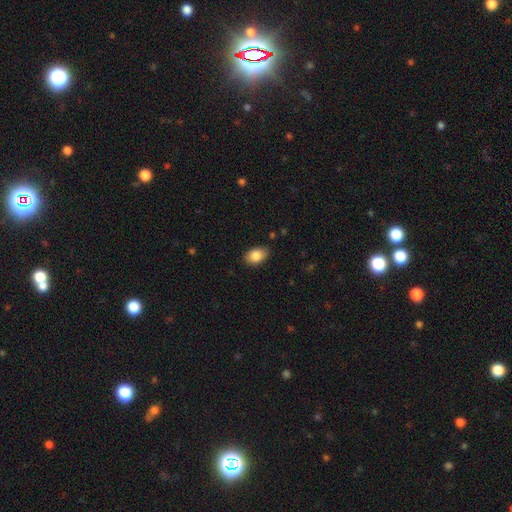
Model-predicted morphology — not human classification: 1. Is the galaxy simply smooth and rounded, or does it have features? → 86% smooth, 7% star or artifact, 7% featured or disk.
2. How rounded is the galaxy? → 87% in between, 12% round, 1% cigar-shaped.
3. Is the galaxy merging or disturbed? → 82% none, 14% minor disturbance, 3% major disturbance, 1% merger.